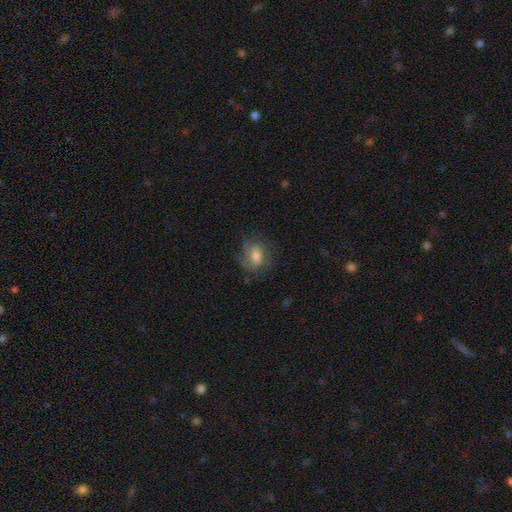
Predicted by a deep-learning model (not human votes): Smooth or featured? Predicted: smooth (p=0.53). How rounded? Predicted: in between (p=0.53). Merging? Predicted: none (p=0.59).